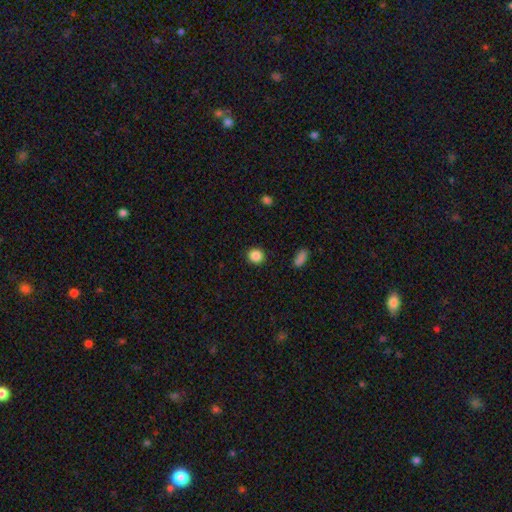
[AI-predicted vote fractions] This appears to be a smooth galaxy with no disk features (87%) that is round (87%). Merging: none (90%).